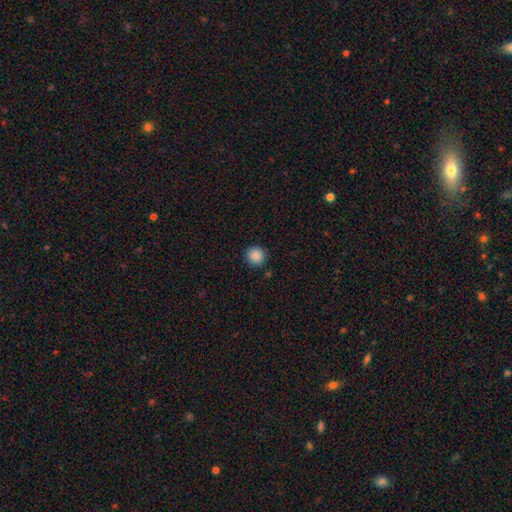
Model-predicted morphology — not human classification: This appears to be a smooth galaxy with no disk features (88%) that is round (93%). Merging: none (90%).